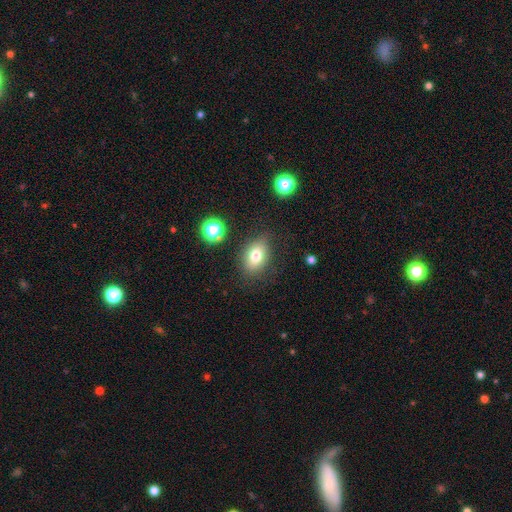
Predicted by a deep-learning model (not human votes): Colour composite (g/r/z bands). It shows a smooth galaxy with no disk features (77%) that is in between round and cigar-shaped (77%). Merging: none (80%).